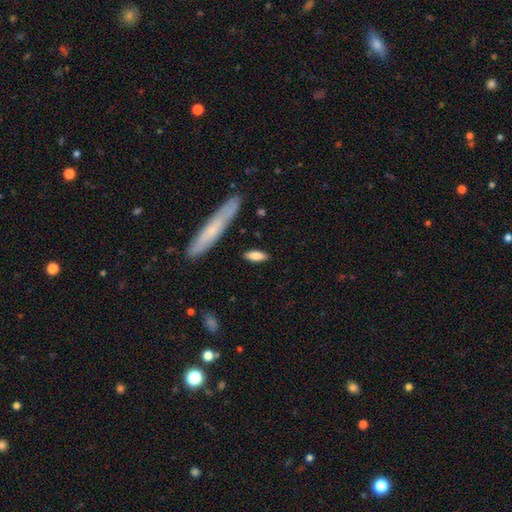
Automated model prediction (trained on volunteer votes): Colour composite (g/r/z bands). It shows a smooth galaxy with no disk features (81%) that is in between round and cigar-shaped (60%). Merging: none (85%).